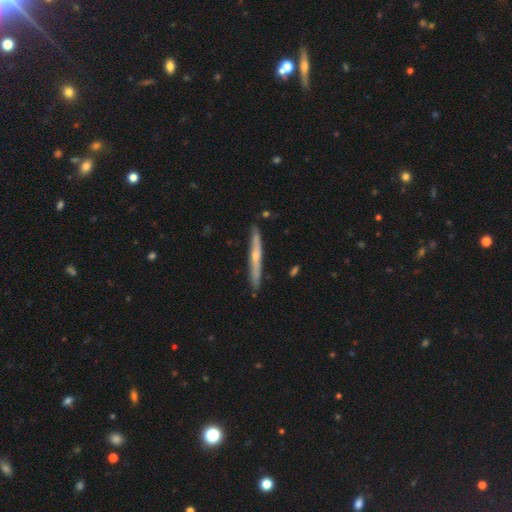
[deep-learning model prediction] featured or disk 62%, smooth 33%, star or artifact 6%. Down the decision tree: edge-on disk — yes (95%); edge-on bulge — rounded (68%); merging — none (87%).